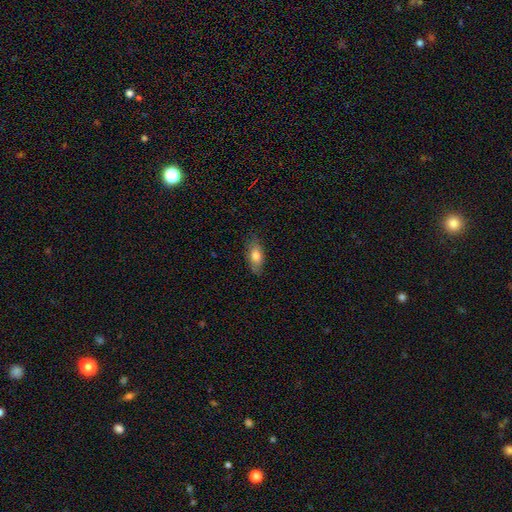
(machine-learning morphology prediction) smooth 71%, featured or disk 22%, star or artifact 7%. Down the decision tree: how rounded — in between (85%); merging — none (77%).